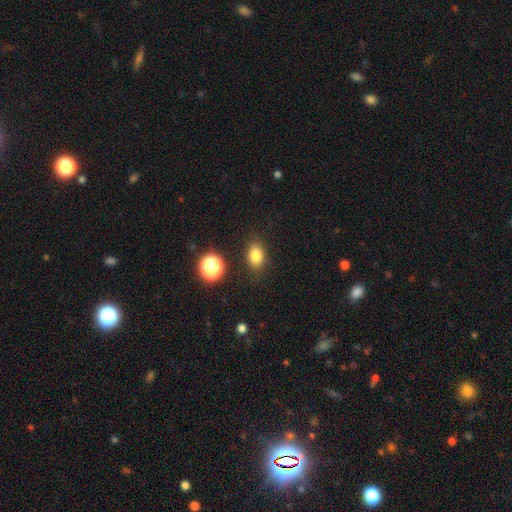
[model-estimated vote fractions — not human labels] A smooth galaxy with no disk features (81%) that is in between round and cigar-shaped (76%). Merging: none (84%).